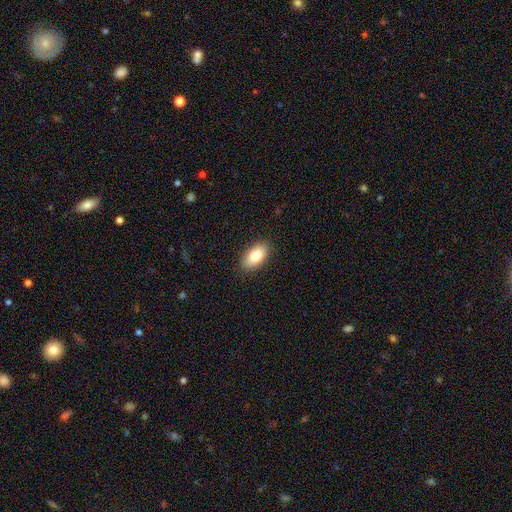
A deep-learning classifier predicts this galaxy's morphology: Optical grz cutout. It shows a smooth galaxy with no disk features (81%) that is in between round and cigar-shaped (93%). Merging: none (88%).